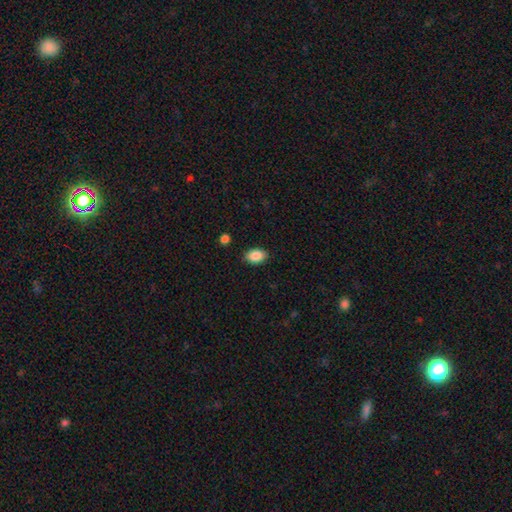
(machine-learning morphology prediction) Overall: smooth (88%). How rounded: in between (86%). Merging: none (87%).